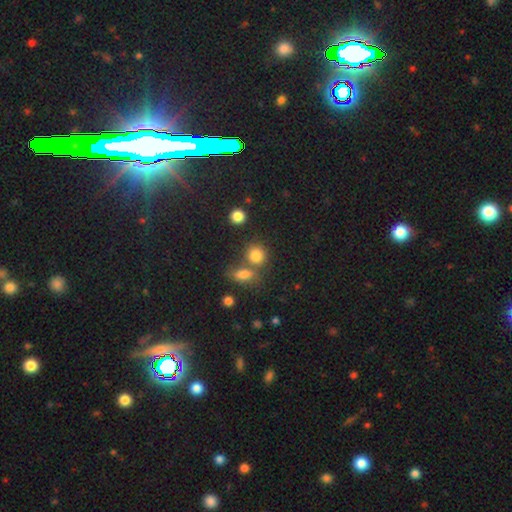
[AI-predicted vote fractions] This is clearly a smooth galaxy (80%). How rounded: likely round (74%). Merging: possibly none (58%).